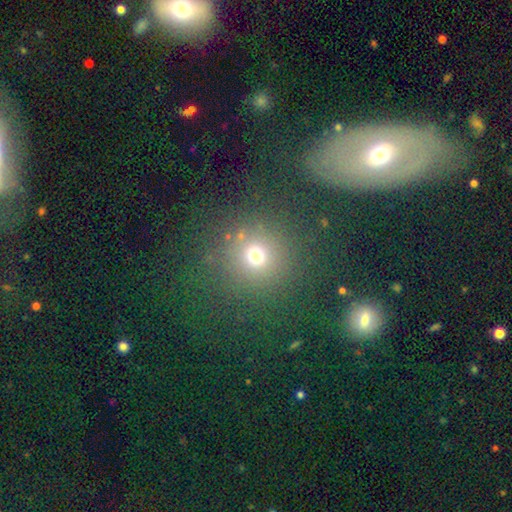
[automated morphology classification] Overall: smooth (68%). How rounded: round (91%). Merging: none (82%).